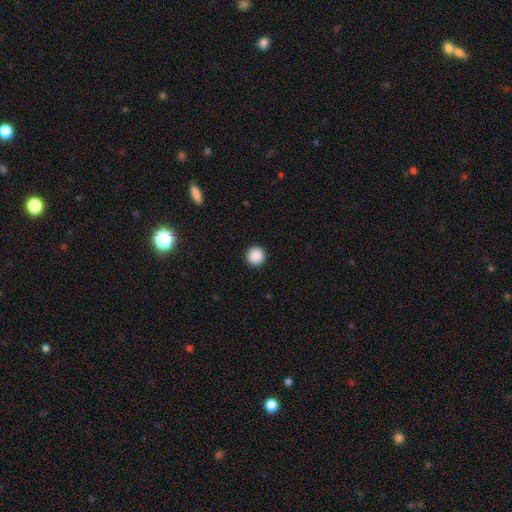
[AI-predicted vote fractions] smooth-or-featured: smooth: 89% | star or artifact: 8% | featured or disk: 2%
  how-rounded: round: 96% | in between: 3% | cigar-shaped: 1%
  merging: none: 94% | minor disturbance: 4% | major disturbance: 1% | merger: 1%